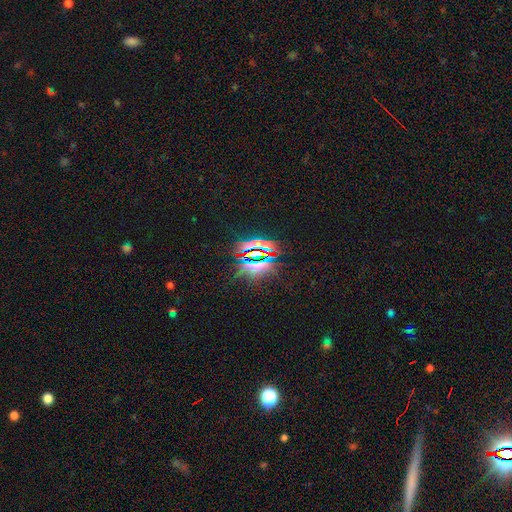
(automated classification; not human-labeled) Smooth or featured?
  - star or artifact: 75% *
  - smooth: 15%
  - featured or disk: 10%